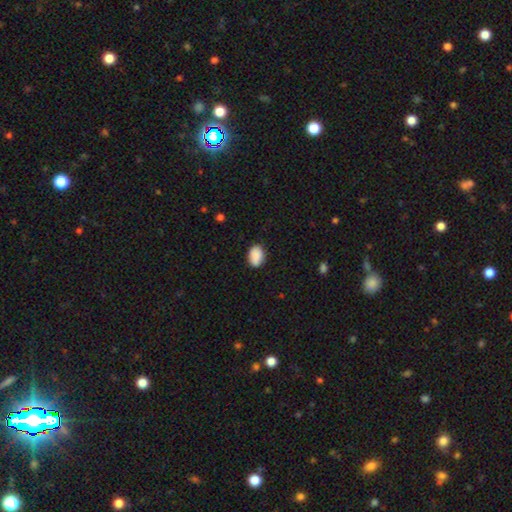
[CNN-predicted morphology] Smooth or featured?
  - smooth: 89% *
  - star or artifact: 7%
  - featured or disk: 4%
How rounded?
  - in between: 82% *
  - round: 17%
  - cigar-shaped: 1%
Merging?
  - none: 83% *
  - minor disturbance: 13%
  - major disturbance: 3%
  - merger: 1%